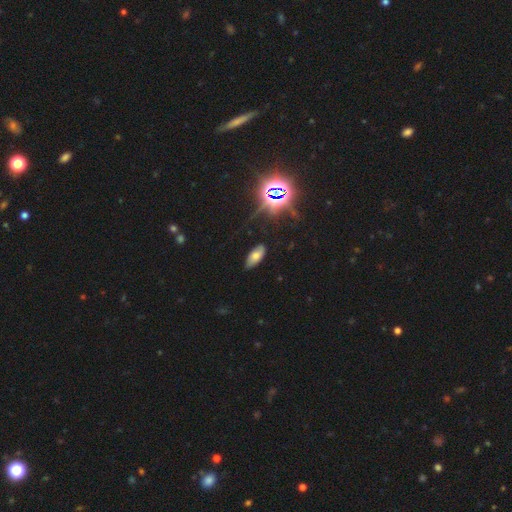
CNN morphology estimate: A smooth galaxy with no disk features (59%) that is in between round and cigar-shaped (90%). Merging: none (78%).